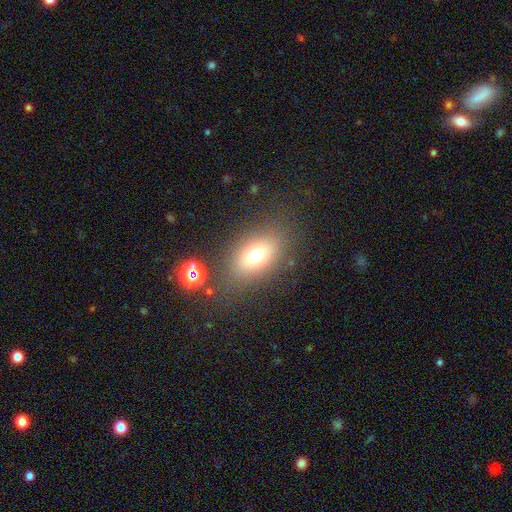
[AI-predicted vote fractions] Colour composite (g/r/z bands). It shows a smooth galaxy with no disk features (70%) that is in between round and cigar-shaped (79%). Merging: none (78%).